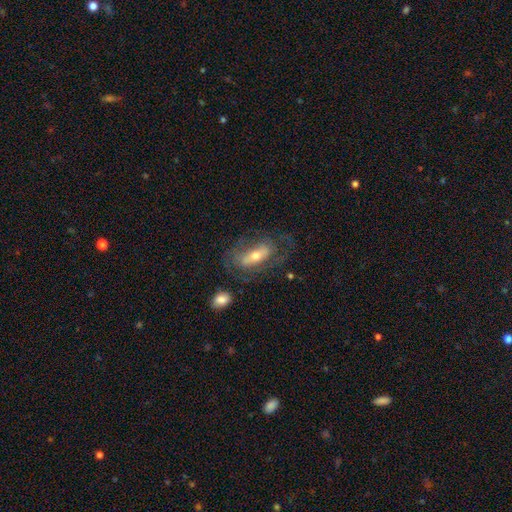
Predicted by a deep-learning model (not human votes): smooth-or-featured: featured or disk: 60% | smooth: 33% | star or artifact: 8%
  disk-edge-on: no: 83% | yes: 17%
  merging: none: 53% | major disturbance: 22% | minor disturbance: 20% | merger: 4%